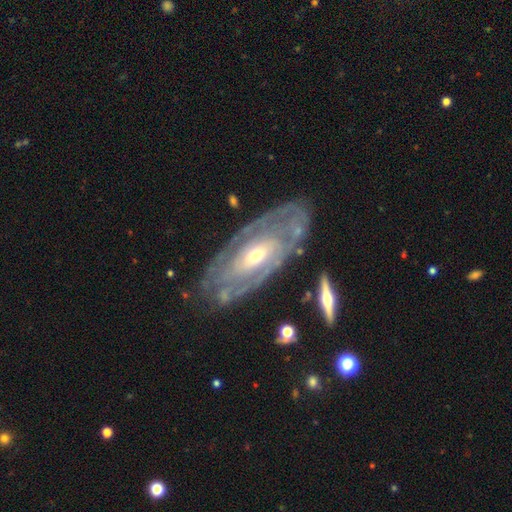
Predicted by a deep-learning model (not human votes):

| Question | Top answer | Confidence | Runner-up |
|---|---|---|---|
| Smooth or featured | featured or disk | 83% | smooth (12%) |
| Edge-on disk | no | 90% | yes (10%) |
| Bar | no | 59% | weak (28%) |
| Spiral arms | yes | 83% | no (17%) |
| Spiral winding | tight | 69% | medium (23%) |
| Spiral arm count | can't tell | 48% | 2 (27%) |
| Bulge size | small | 49% | moderate (45%) |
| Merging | none | 70% | minor disturbance (18%) |